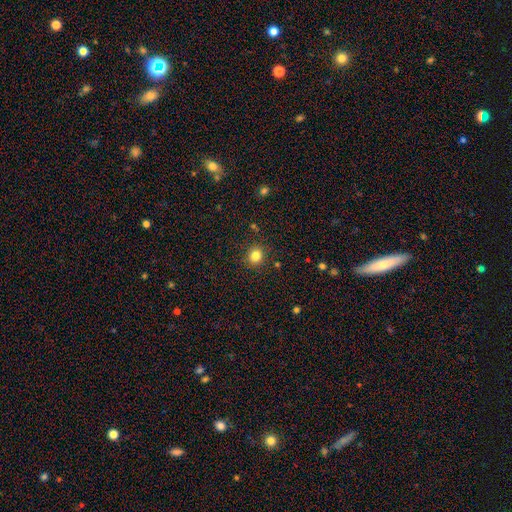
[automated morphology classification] smooth_or_featured: smooth (p=0.82) [alt: star or artifact p=0.13]
how_rounded: round (p=0.84) [alt: in between p=0.15]
merging: none (p=0.89) [alt: minor disturbance p=0.07]